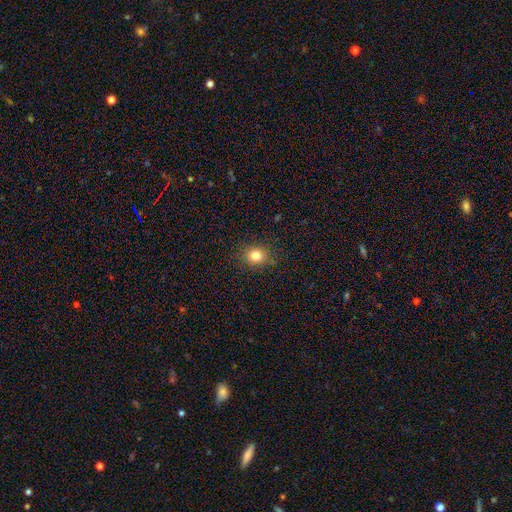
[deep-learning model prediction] A smooth galaxy with no disk features (81%) that is round (72%).

Vote fractions:
- Smooth or featured? smooth: 81% / star or artifact: 12% / featured or disk: 7%
- How rounded? round: 72% / in between: 27% / cigar-shaped: 1%
- Merging? none: 87% / minor disturbance: 9% / major disturbance: 3% / merger: 1%